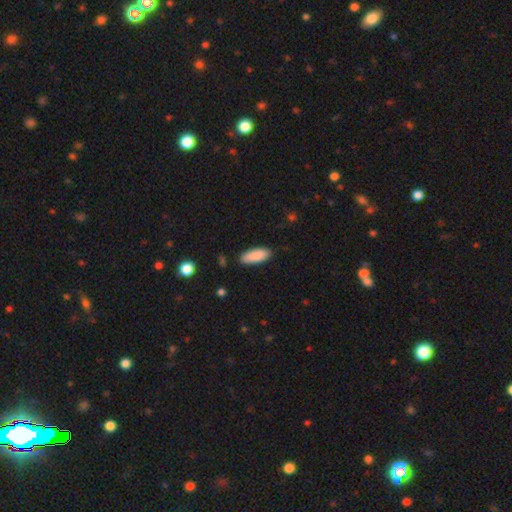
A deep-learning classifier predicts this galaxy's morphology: type=smooth (89%); roundness=in between (73%); merging=none (84%).